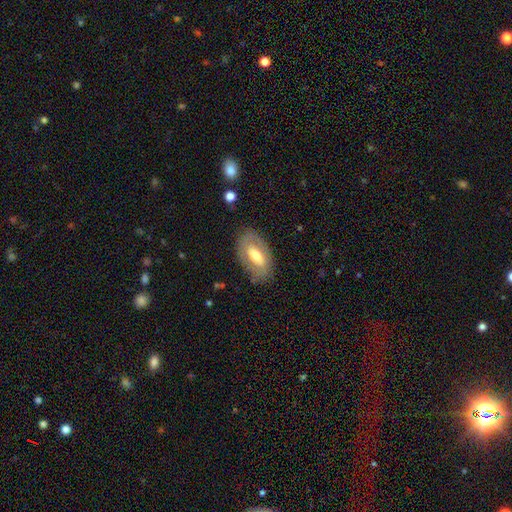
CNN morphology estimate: Smooth or featured?
  - featured or disk: 47% * (tied)
  - smooth: 47% * (tied)
  - star or artifact: 6%
Merging?
  - none: 79% *
  - minor disturbance: 14%
  - major disturbance: 5%
  - merger: 1%